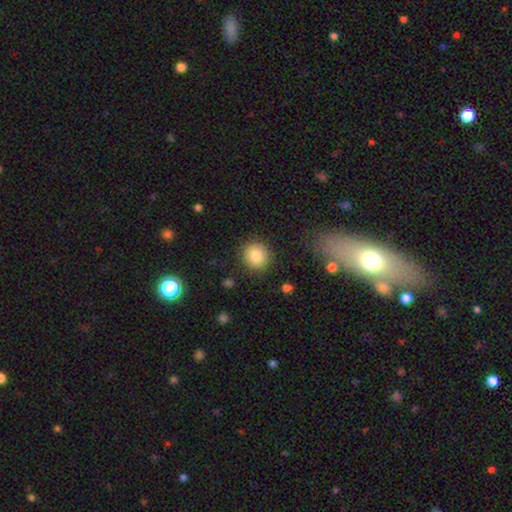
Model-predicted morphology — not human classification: Overall: smooth (83%). How rounded: round (88%). Merging: none (88%).